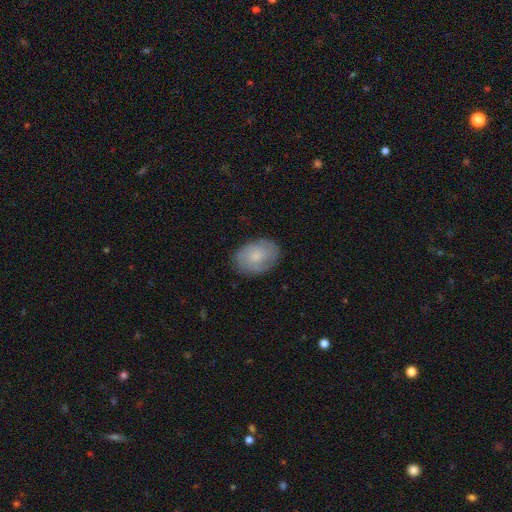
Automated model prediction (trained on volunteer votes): Overall: smooth (62%; featured or disk 31%). How rounded: in between (80%). Merging: none (79%).